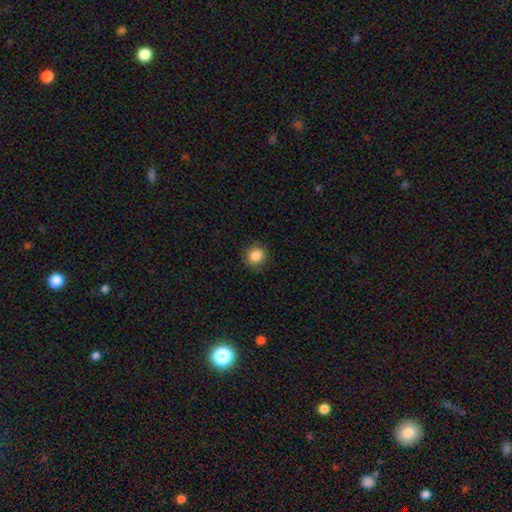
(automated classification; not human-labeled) Smooth or featured? Predicted: smooth (p=0.86). How rounded? Predicted: round (p=0.82). Merging? Predicted: none (p=0.89).